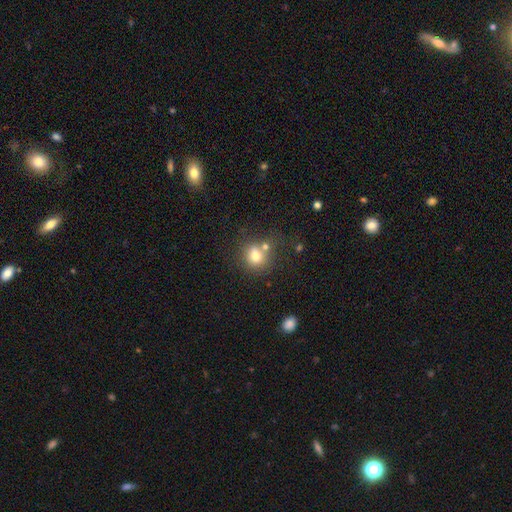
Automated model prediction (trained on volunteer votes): Smooth or featured? smooth (74%)
How rounded? round (78%)
Merging? none (54%)